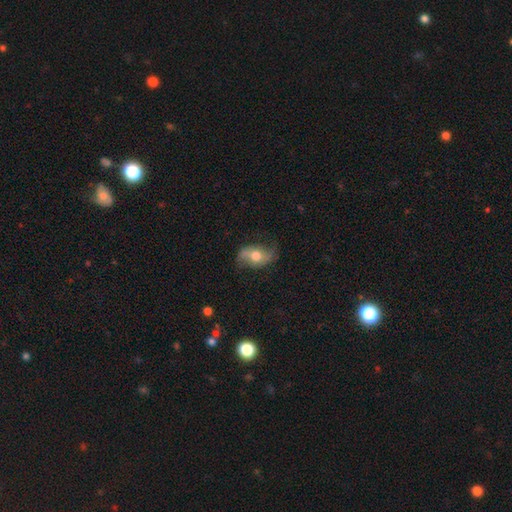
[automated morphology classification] A featured or disk galaxy (52%).

Vote fractions:
- Smooth or featured? featured or disk: 52% / smooth: 41% / star or artifact: 8%
- Edge-on disk? no: 89% / yes: 11%
- Merging? none: 68% / minor disturbance: 22% / major disturbance: 9% / merger: 1%